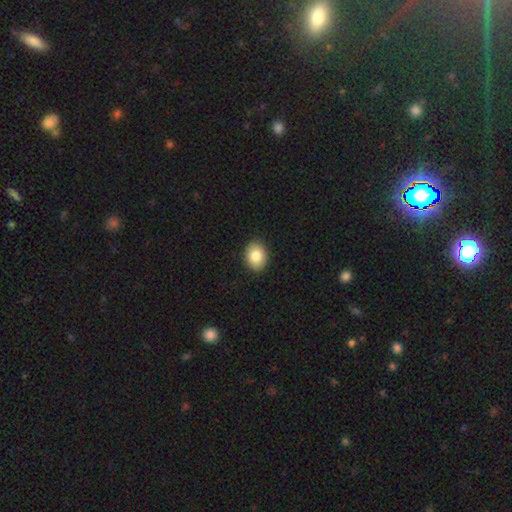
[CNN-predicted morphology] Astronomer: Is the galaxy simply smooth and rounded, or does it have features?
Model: smooth — 85%.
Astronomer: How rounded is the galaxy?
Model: in between — 60% (runner-up: round, 39%).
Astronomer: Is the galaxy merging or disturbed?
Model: none — 91%.